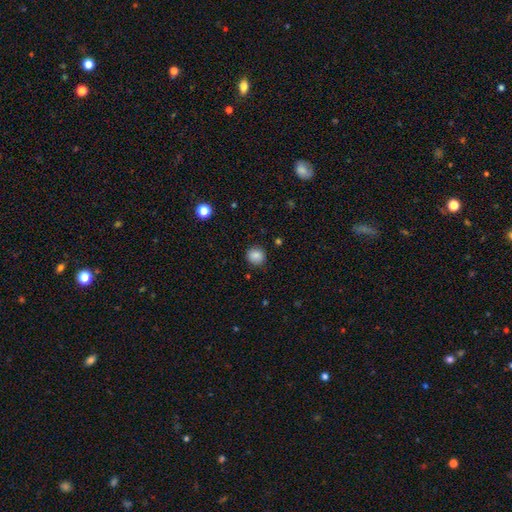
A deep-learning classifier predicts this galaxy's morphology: smooth-or-featured: smooth: 85% | star or artifact: 10% | featured or disk: 5%
  how-rounded: round: 83% | in between: 16% | cigar-shaped: 1%
  merging: none: 85% | minor disturbance: 11% | major disturbance: 3% | merger: 1%